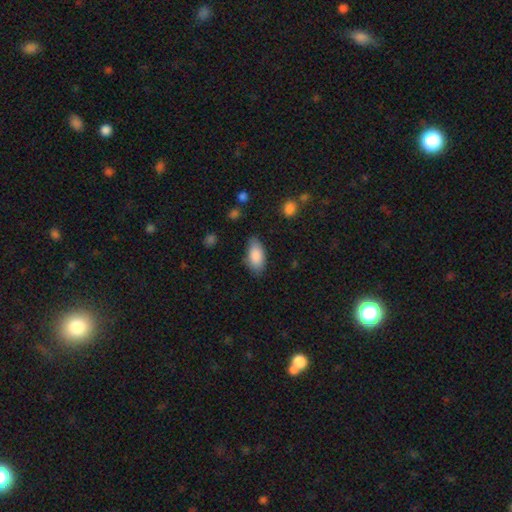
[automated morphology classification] The model was most divided on "merging": none: 79%, minor disturbance: 16%, major disturbance: 4%, merger: 2%. More confident: how rounded — in between (92%); smooth or featured — smooth (87%).